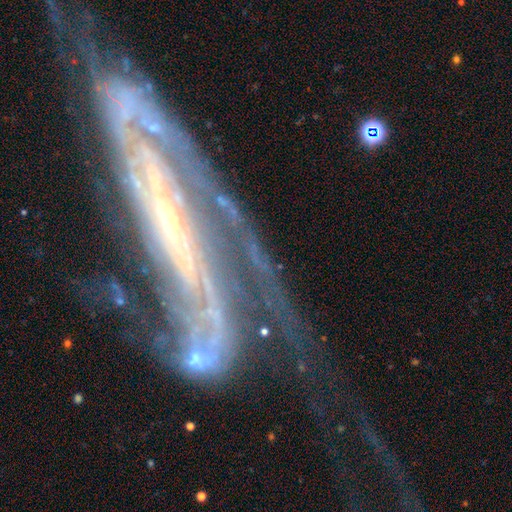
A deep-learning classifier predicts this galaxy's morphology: A featured or disk galaxy (82%) with no bar (41%), 2 (35%) tight (48%) spiral arms (90%) and a small central bulge (73%).

Vote fractions:
- Smooth or featured? featured or disk: 82% / star or artifact: 10% / smooth: 8%
- Edge-on disk? no: 82% / yes: 18%
- Bar? no: 41% / strong: 32% / weak: 27%
- Spiral arms? yes: 90% / no: 10%
- Spiral winding? tight: 48% / medium: 35% / loose: 18%
- Spiral arm count? 2: 35% / can't tell: 27% / 3: 13% / 1: 8% / 4: 8% / more than 4: 8%
- Bulge size? small: 73% / moderate: 16% / none: 7% / large: 3% / dominant: 2%
- Merging? none: 47% / major disturbance: 25% / minor disturbance: 20% / merger: 8%